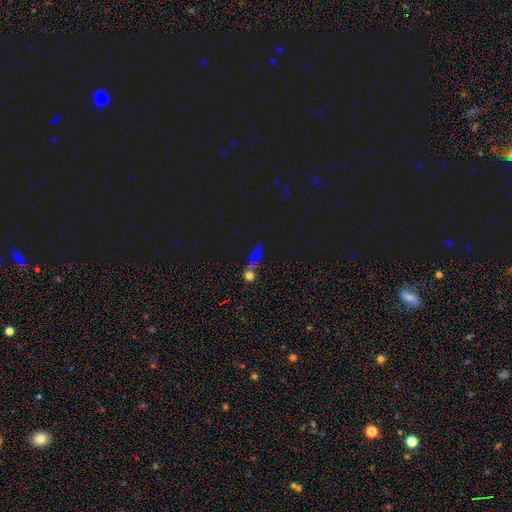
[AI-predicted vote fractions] smooth_or_featured: star or artifact (p=0.50) [alt: smooth p=0.35]